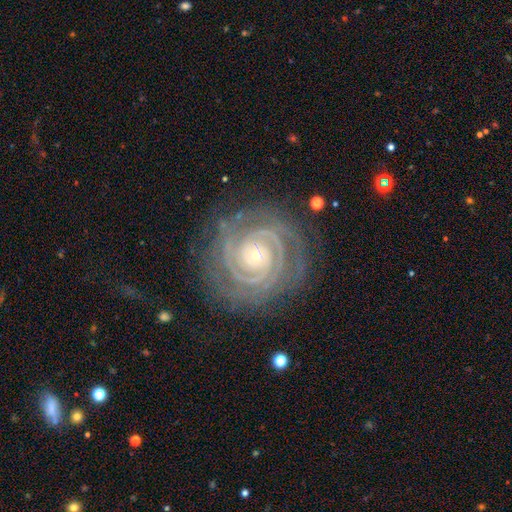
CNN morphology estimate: A featured or disk galaxy (92%) with no bar (75%), 2 (50%) tight (88%) spiral arms (99%) and a small central bulge (84%).

Vote fractions:
- Smooth or featured? featured or disk: 92% / star or artifact: 5% / smooth: 3%
- Edge-on disk? no: 98% / yes: 2%
- Bar? no: 75% / weak: 15% / strong: 9%
- Spiral arms? yes: 99% / no: 1%
- Spiral winding? tight: 88% / medium: 10% / loose: 1%
- Spiral arm count? 2: 50% / 3: 18% / can't tell: 10% / 4: 9% / more than 4: 6% / 1: 6%
- Bulge size? small: 84% / moderate: 13% / none: 1% / large: 1% / dominant: 1%
- Merging? none: 83% / minor disturbance: 12% / major disturbance: 4% / merger: 1%